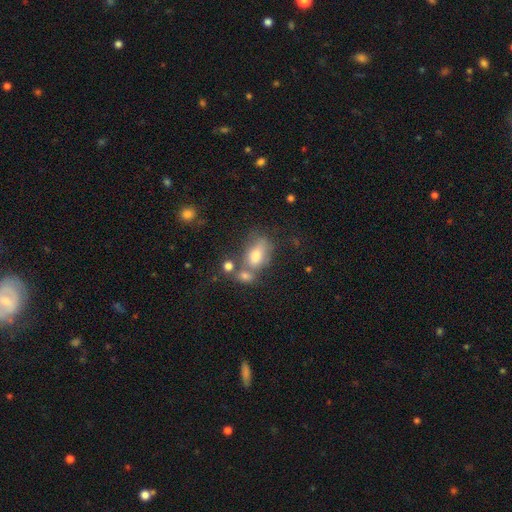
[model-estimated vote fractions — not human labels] smooth-or-featured: smooth: 67% | featured or disk: 22% | star or artifact: 12%
  how-rounded: in between: 82% | round: 15% | cigar-shaped: 4%
  merging: merger: 37% | none: 32% | minor disturbance: 18% | major disturbance: 13%